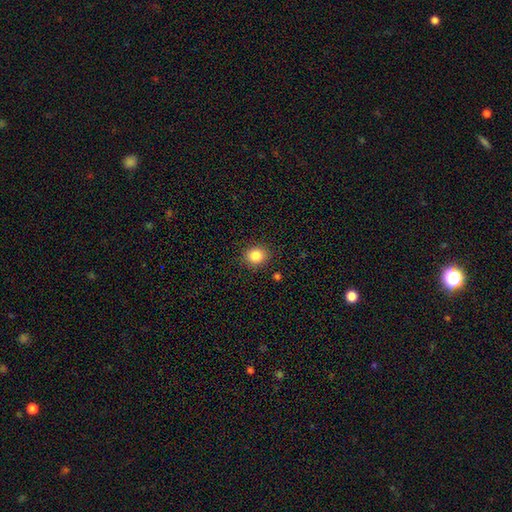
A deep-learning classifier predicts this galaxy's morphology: This appears to be a smooth galaxy with no disk features (86%) that is round (76%). Merging: none (88%).